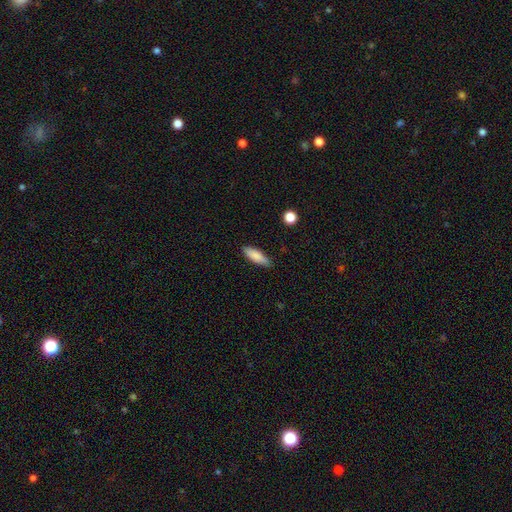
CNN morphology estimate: A smooth galaxy with no disk features (85%) that is in between round and cigar-shaped (53%).

Vote fractions:
- Smooth or featured? smooth: 85% / featured or disk: 9% / star or artifact: 6%
- How rounded? in between: 53% / cigar-shaped: 45% / round: 2%
- Merging? none: 85% / minor disturbance: 11% / major disturbance: 2% / merger: 1%